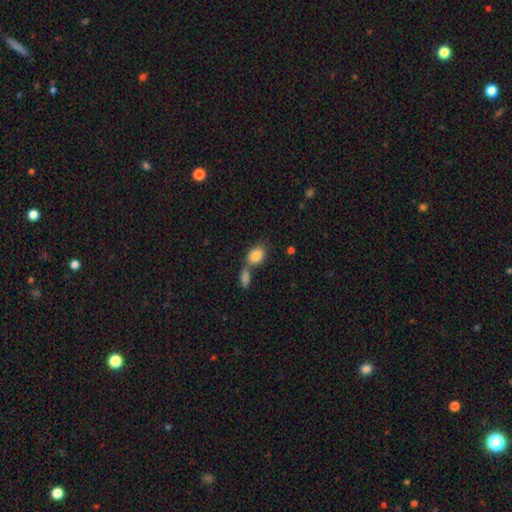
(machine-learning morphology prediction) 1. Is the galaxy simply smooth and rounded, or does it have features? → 86% smooth, 8% star or artifact, 7% featured or disk.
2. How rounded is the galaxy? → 78% in between, 21% round, 2% cigar-shaped.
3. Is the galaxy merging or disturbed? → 44% merger, 42% none, 10% minor disturbance, 4% major disturbance.